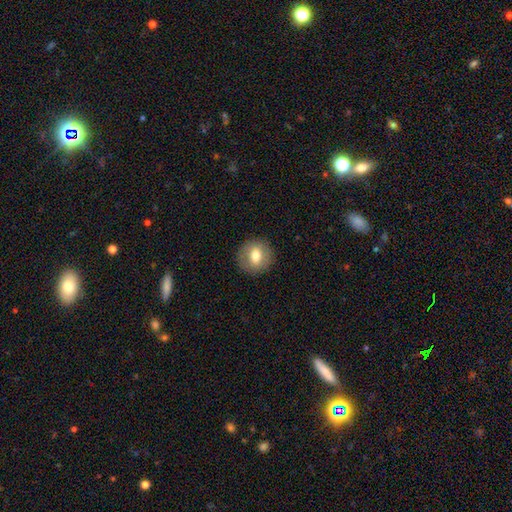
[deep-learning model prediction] Smooth or featured? smooth (69%)
How rounded? round (84%)
Merging? none (89%)